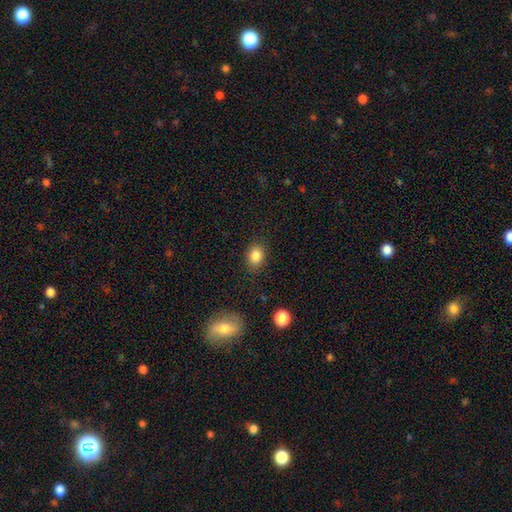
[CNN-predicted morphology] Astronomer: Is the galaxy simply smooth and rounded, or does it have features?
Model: smooth — 85%.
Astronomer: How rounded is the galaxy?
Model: in between — 58% (runner-up: round, 41%).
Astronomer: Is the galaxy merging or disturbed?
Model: none — 86%.